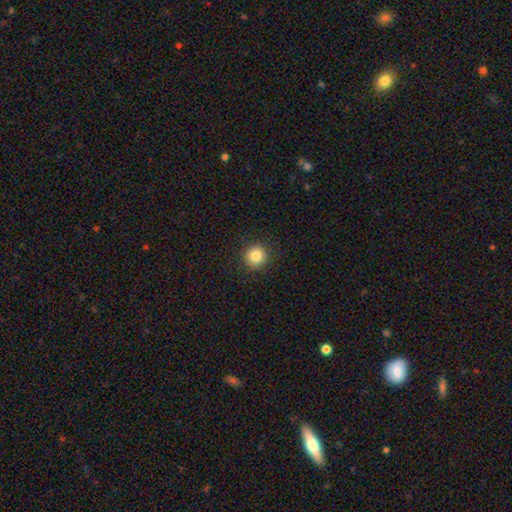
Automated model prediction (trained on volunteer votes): Smooth or featured?
  - smooth: 83% *
  - star or artifact: 11%
  - featured or disk: 6%
How rounded?
  - round: 94% *
  - in between: 5%
  - cigar-shaped: 1%
Merging?
  - none: 90% *
  - minor disturbance: 6%
  - major disturbance: 2%
  - merger: 1%